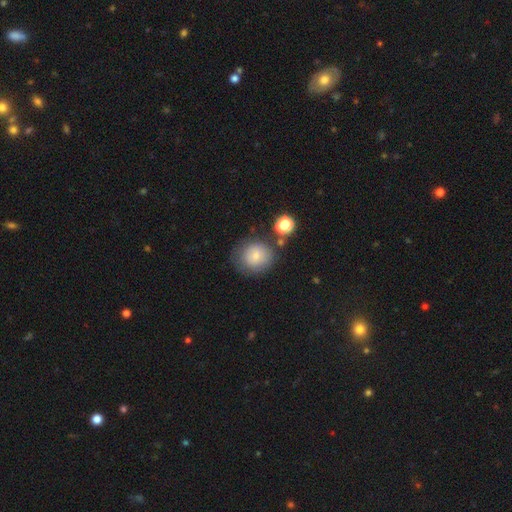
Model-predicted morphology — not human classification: Overall: smooth (76%). How rounded: round (81%). Merging: none (69%).